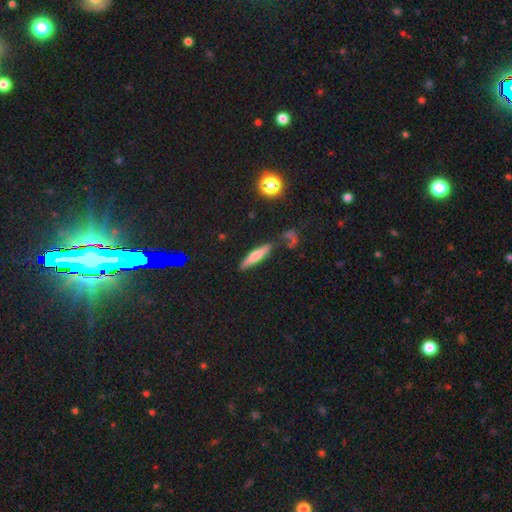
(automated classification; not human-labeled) Smooth or featured: smooth — 63% (featured or disk — 28%)
How rounded: cigar-shaped — 84% (in between — 13%)
Merging: none — 76% (minor disturbance — 13%)